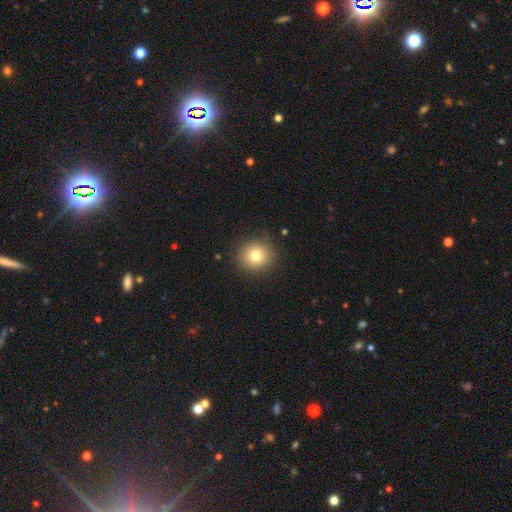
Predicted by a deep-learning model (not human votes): Q: Smooth or featured?
A: smooth (80%); runner-up: star or artifact (11%)
Q: How rounded?
A: round (91%); runner-up: in between (8%)
Q: Merging?
A: none (88%); runner-up: minor disturbance (8%)